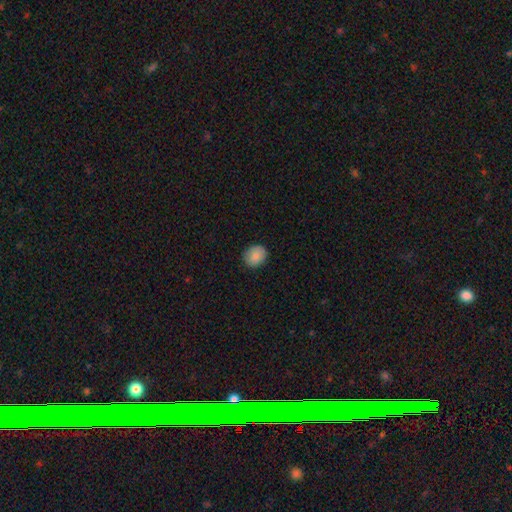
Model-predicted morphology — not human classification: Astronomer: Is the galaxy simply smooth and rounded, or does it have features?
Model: smooth — 88%.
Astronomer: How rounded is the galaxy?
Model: round — 56% (runner-up: in between, 43%).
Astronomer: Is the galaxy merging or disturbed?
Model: none — 87%.